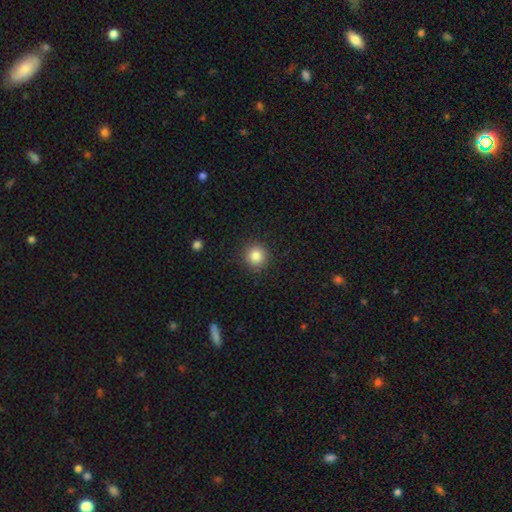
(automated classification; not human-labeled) smooth 84%, star or artifact 11%, featured or disk 5%. Down the decision tree: how rounded — round (93%); merging — none (90%).